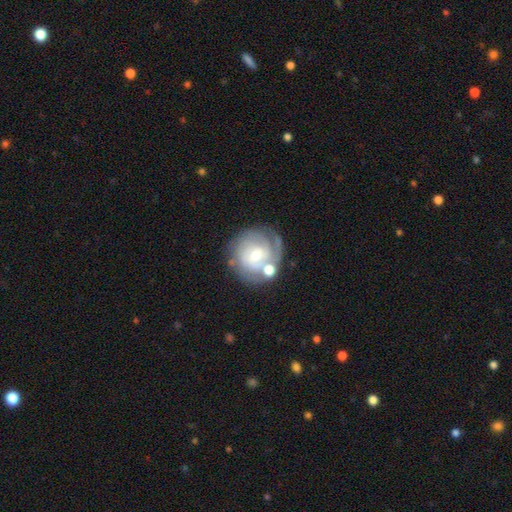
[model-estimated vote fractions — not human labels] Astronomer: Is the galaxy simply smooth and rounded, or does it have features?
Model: featured or disk — 74%.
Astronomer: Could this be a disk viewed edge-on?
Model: no — 97%.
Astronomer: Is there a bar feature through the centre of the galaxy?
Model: no — 54% (runner-up: weak, 38%).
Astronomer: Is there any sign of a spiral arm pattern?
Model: yes — 88%.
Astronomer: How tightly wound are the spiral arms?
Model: tight — 68%.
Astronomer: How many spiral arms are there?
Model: can't tell — 35% (runner-up: 2, 32%).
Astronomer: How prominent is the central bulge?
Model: small — 50% (runner-up: moderate, 45%).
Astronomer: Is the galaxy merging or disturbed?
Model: none — 62%.